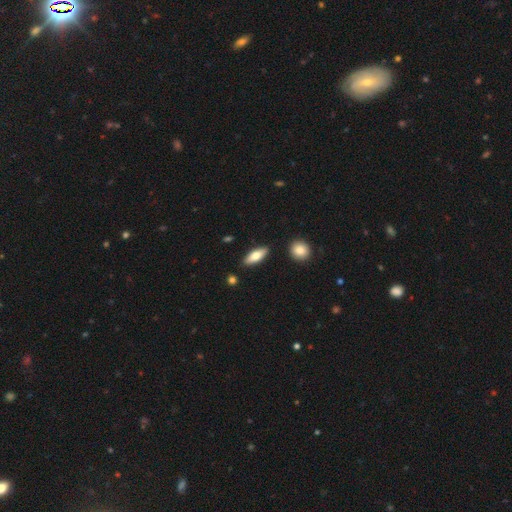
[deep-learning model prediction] This appears to be a smooth galaxy with no disk features (73%) that is in between round and cigar-shaped (70%). Merging: none (87%).